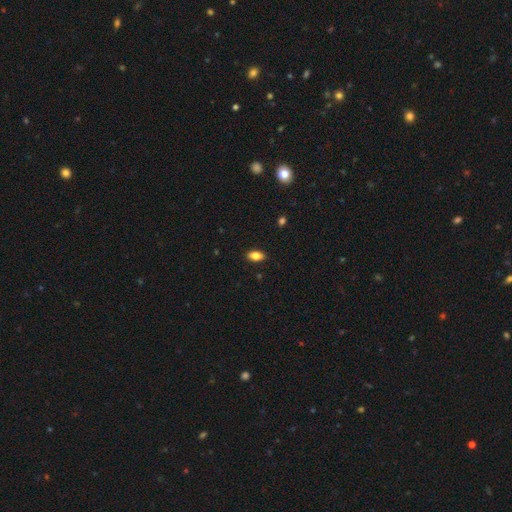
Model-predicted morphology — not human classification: Smooth or featured: smooth — 82% (featured or disk — 9%)
How rounded: in between — 90% (cigar-shaped — 6%)
Merging: none — 89% (minor disturbance — 9%)